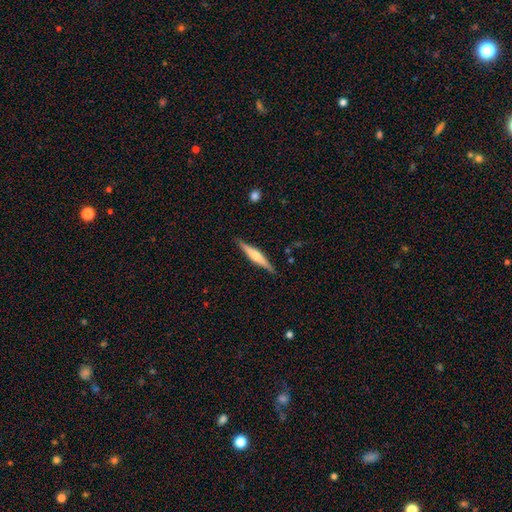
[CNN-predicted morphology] Smooth or featured? featured or disk (63%)
Edge-on disk? yes (97%)
Edge-on bulge? rounded (78%)
Merging? none (89%)